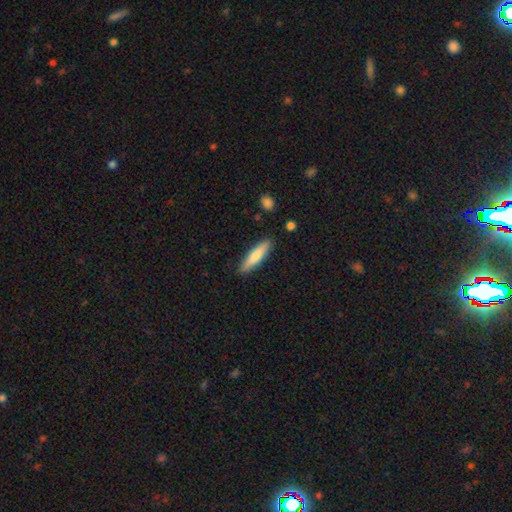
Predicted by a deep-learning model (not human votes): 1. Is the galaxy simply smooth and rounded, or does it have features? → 74% smooth, 21% featured or disk, 5% star or artifact.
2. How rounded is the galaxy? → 81% cigar-shaped, 18% in between, 1% round.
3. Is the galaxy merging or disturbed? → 88% none, 8% minor disturbance, 2% major disturbance, 2% merger.